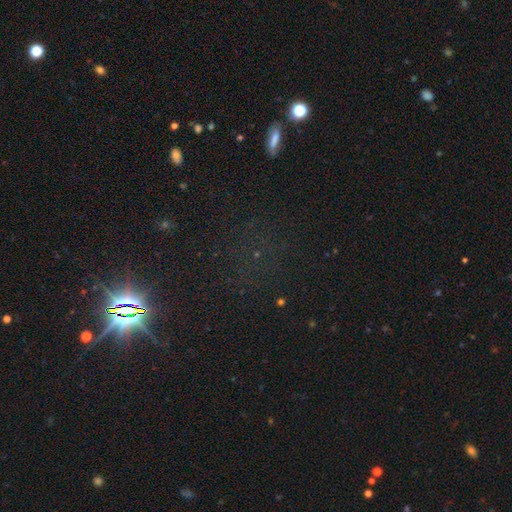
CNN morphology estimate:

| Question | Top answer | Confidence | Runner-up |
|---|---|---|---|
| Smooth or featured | star or artifact | 73% | smooth (18%) |